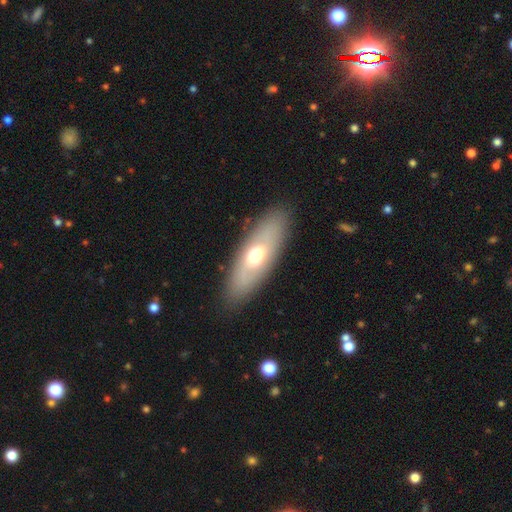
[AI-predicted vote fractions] Smooth or featured: smooth — 55% (featured or disk — 38%)
How rounded: in between — 72% (cigar-shaped — 24%)
Merging: none — 86% (minor disturbance — 9%)